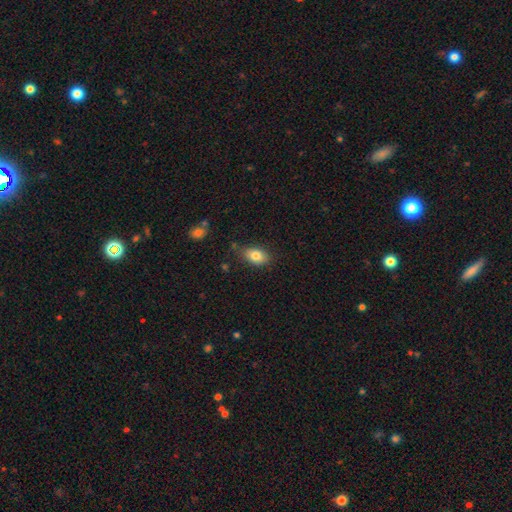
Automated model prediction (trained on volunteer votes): Smooth or featured? smooth (82%)
How rounded? in between (87%)
Merging? none (77%)